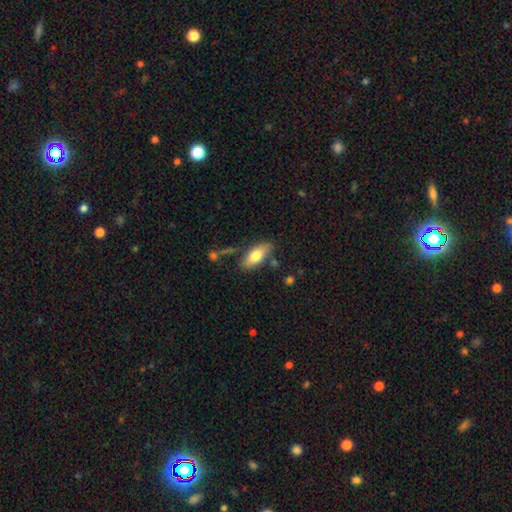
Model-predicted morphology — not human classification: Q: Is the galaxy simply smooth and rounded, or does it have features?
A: smooth — 71%.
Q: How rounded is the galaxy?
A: in between — 81%.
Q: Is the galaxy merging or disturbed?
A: none — 73%.